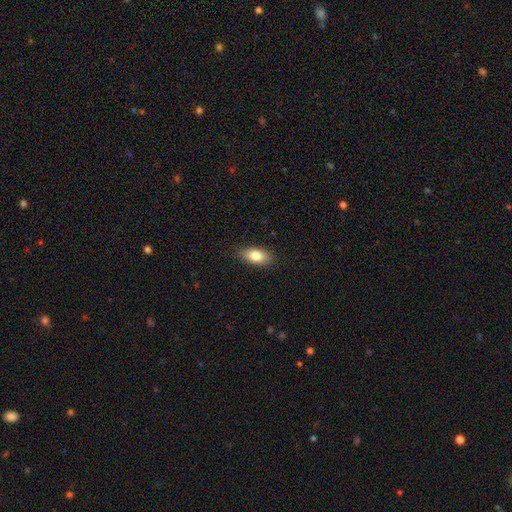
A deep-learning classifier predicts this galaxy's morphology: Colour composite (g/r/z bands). It shows a smooth galaxy with no disk features (82%) that is in between round and cigar-shaped (88%). Merging: none (86%).